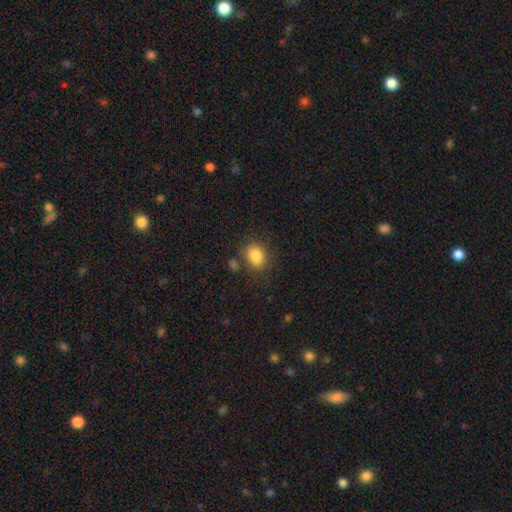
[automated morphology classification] Q: Smooth or featured?
A: smooth (84%); runner-up: star or artifact (9%)
Q: How rounded?
A: round (54%); runner-up: in between (45%)
Q: Merging?
A: none (69%); runner-up: minor disturbance (17%)